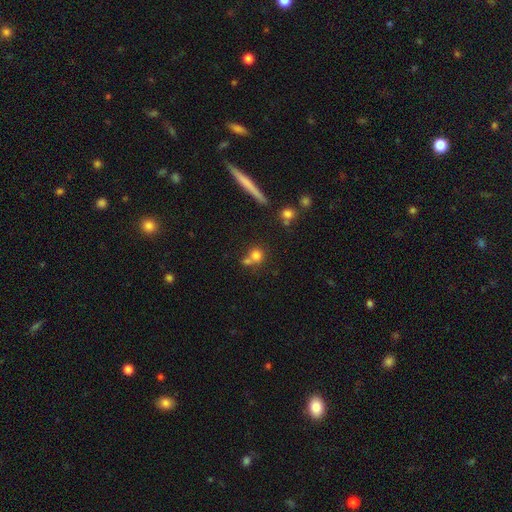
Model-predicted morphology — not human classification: This appears to be a smooth galaxy with no disk features (74%) that is round (85%). Merging: none (48%).